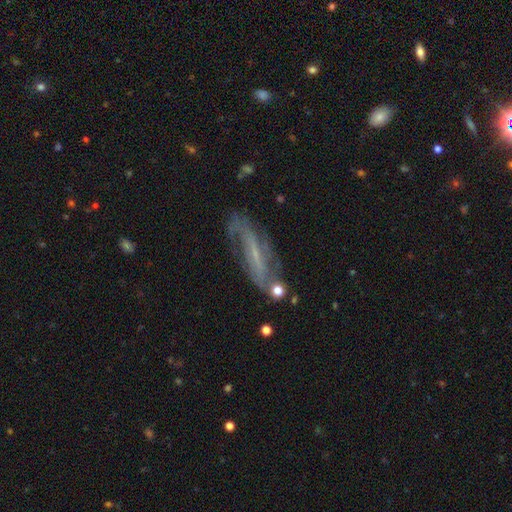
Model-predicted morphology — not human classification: featured or disk 66%, smooth 23%, star or artifact 11%. Down the decision tree: edge-on disk — no (63%); merging — none (59%).